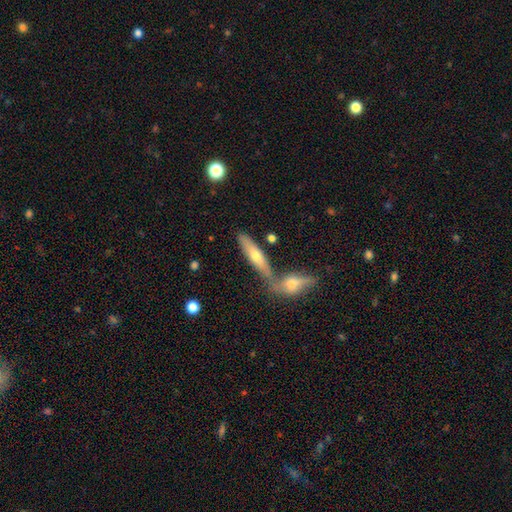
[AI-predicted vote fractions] Smooth or featured?
  - featured or disk: 47% *
  - smooth: 46%
  - star or artifact: 7%
Merging?
  - none: 51% *
  - merger: 37%
  - minor disturbance: 9%
  - major disturbance: 3%